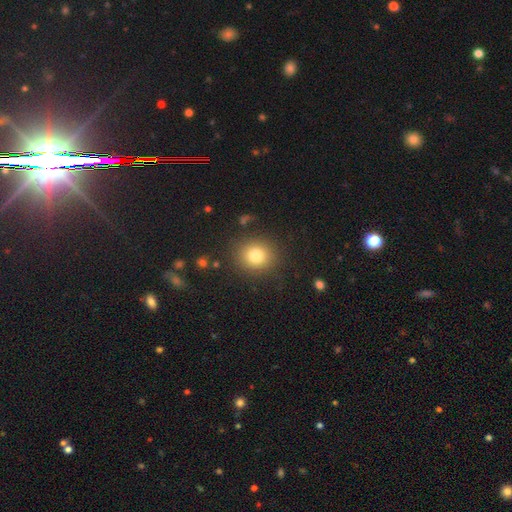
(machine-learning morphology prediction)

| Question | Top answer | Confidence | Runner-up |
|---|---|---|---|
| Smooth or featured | smooth | 80% | star or artifact (12%) |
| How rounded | round | 82% | in between (18%) |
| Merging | none | 86% | minor disturbance (8%) |